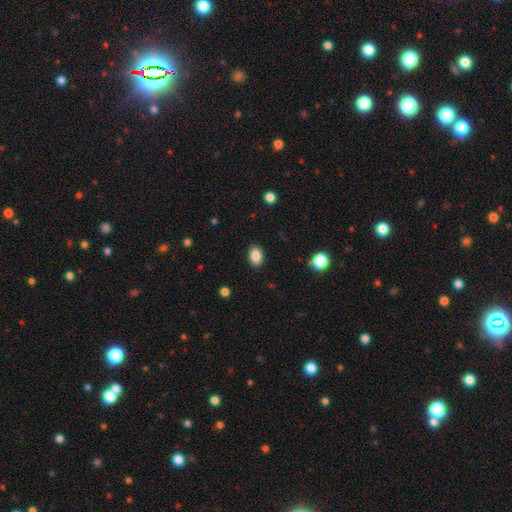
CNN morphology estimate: This appears to be a smooth galaxy with no disk features (87%) that is in between round and cigar-shaped (82%). Merging: none (89%).